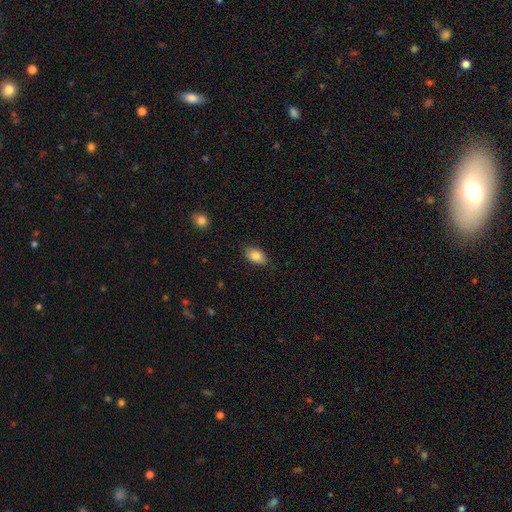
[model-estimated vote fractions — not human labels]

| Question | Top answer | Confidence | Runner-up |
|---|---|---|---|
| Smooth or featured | smooth | 84% | featured or disk (9%) |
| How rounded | in between | 90% | round (8%) |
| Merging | none | 82% | minor disturbance (14%) |